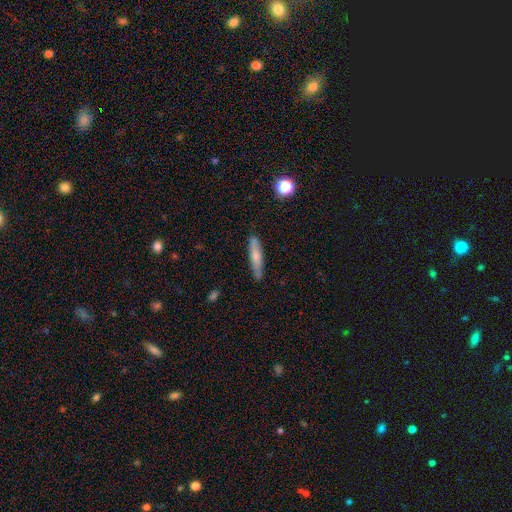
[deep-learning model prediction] Smooth or featured? smooth (65%)
How rounded? cigar-shaped (84%)
Merging? none (83%)